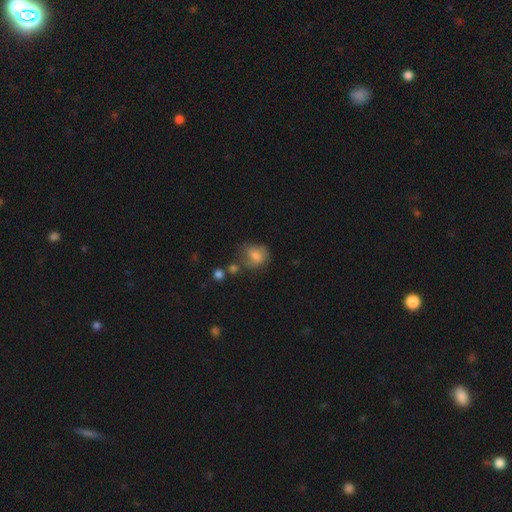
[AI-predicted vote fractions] A smooth galaxy with no disk features (66%) that is in between round and cigar-shaped (55%). Merging: none (43%).